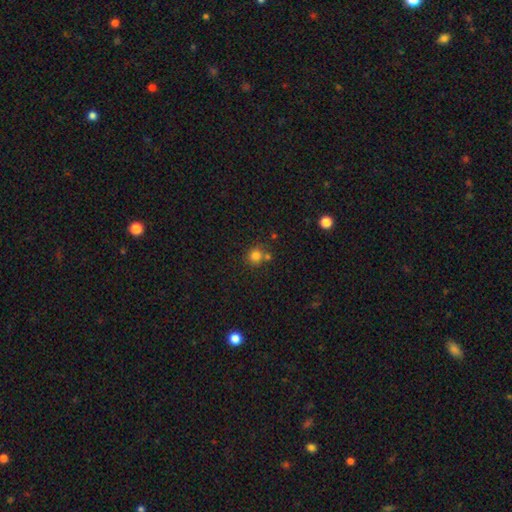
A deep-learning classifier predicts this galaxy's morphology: A smooth galaxy with no disk features (80%) that is round (90%).

Vote fractions:
- Smooth or featured? smooth: 80% / star or artifact: 14% / featured or disk: 6%
- How rounded? round: 90% / in between: 9% / cigar-shaped: 1%
- Merging? none: 67% / merger: 20% / minor disturbance: 10% / major disturbance: 3%